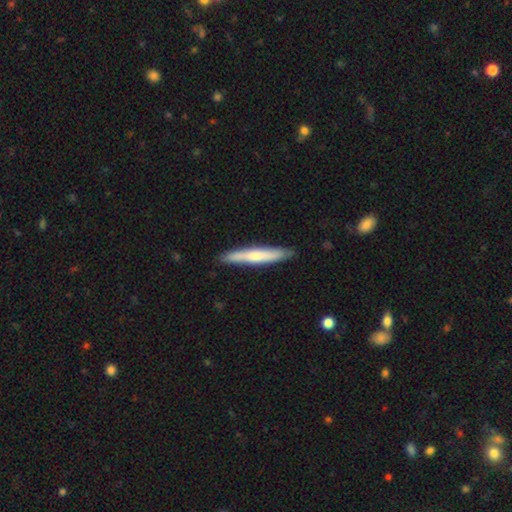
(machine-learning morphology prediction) Smooth or featured: smooth — 57% (featured or disk — 38%)
How rounded: cigar-shaped — 94% (in between — 5%)
Merging: none — 87% (minor disturbance — 10%)